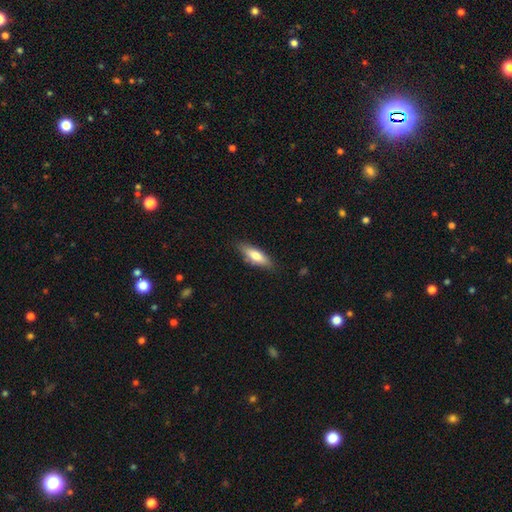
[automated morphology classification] Smooth or featured? smooth (70%)
How rounded? in between (51%)
Merging? none (82%)